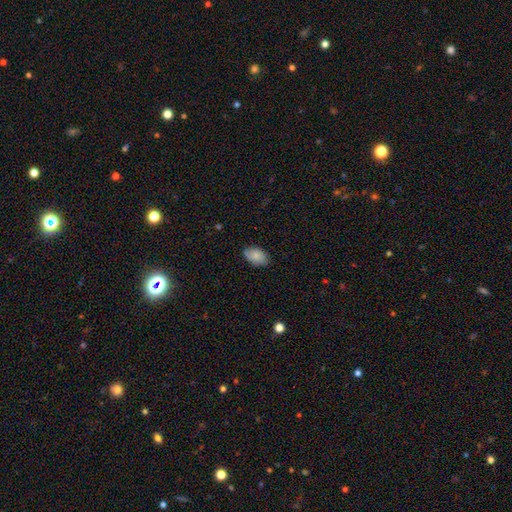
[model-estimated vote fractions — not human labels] A smooth galaxy with no disk features (79%) that is in between round and cigar-shaped (90%). Merging: none (77%).